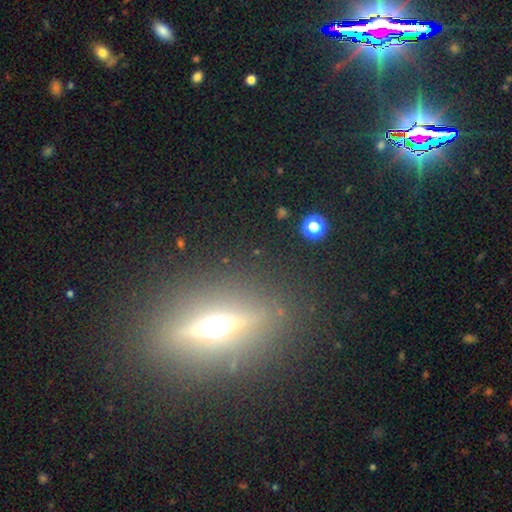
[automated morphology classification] This is possibly a featured or disk galaxy (57%). It is clearly viewed edge-on (87%). Edge-on bulge: clearly rounded (92%). Merging: clearly none (88%).